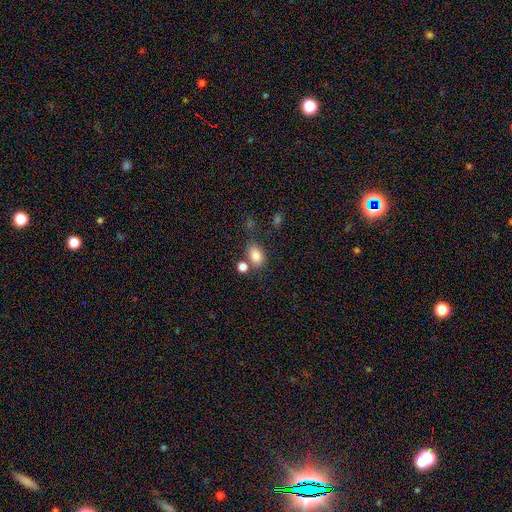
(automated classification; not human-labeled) Smooth or featured? Predicted: smooth (p=0.83). How rounded? Predicted: in between (p=0.77). Merging? Predicted: none (p=0.63).